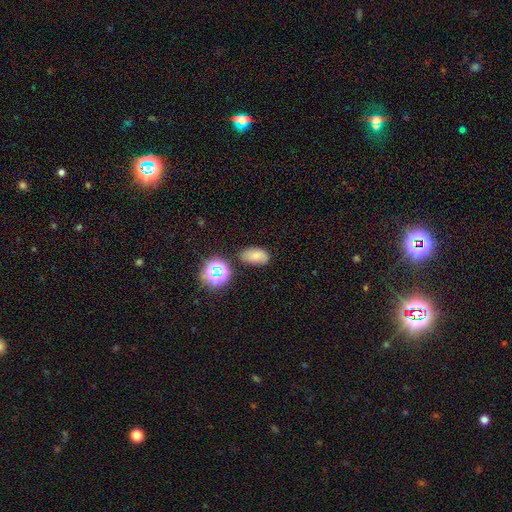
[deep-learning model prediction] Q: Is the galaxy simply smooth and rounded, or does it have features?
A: smooth — 71%.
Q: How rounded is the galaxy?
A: in between — 88%.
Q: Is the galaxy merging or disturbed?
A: none — 72%.